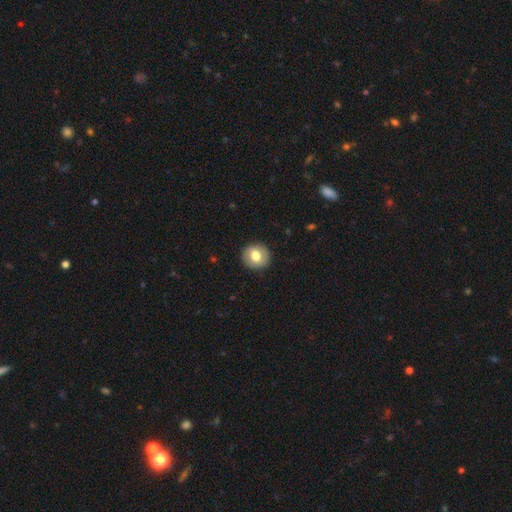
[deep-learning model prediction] Smooth or featured? smooth (74%)
How rounded? round (88%)
Merging? none (90%)